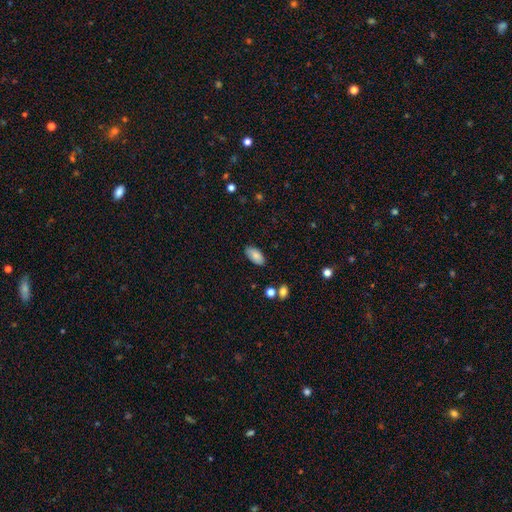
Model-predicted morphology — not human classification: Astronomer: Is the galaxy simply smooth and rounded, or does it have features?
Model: smooth — 84%.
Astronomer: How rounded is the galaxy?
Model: in between — 94%.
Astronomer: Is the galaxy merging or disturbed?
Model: none — 85%.